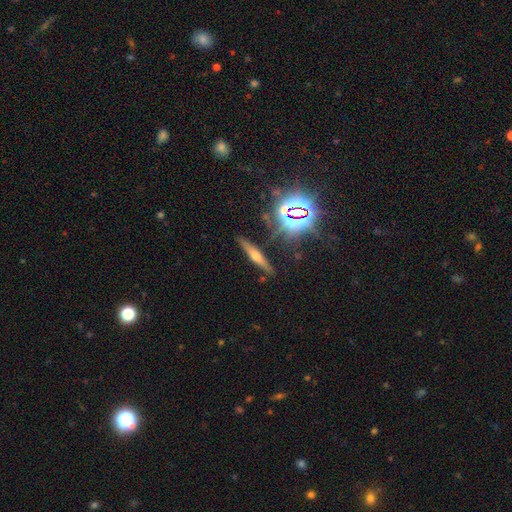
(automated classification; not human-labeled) Smooth or featured? featured or disk (48%)
Merging? none (85%)